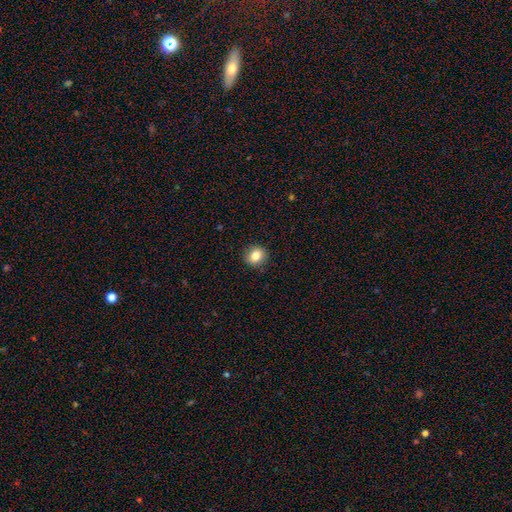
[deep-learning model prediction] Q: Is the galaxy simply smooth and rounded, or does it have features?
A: smooth — 83%.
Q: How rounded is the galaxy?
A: round — 81%.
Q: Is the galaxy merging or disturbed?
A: none — 90%.